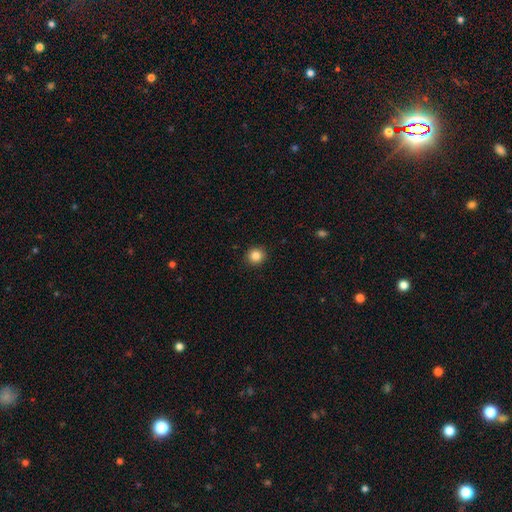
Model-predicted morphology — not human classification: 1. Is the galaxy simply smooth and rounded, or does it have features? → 84% smooth, 11% star or artifact, 5% featured or disk.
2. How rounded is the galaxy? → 93% round, 6% in between, 1% cigar-shaped.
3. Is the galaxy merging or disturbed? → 92% none, 5% minor disturbance, 2% major disturbance, 1% merger.